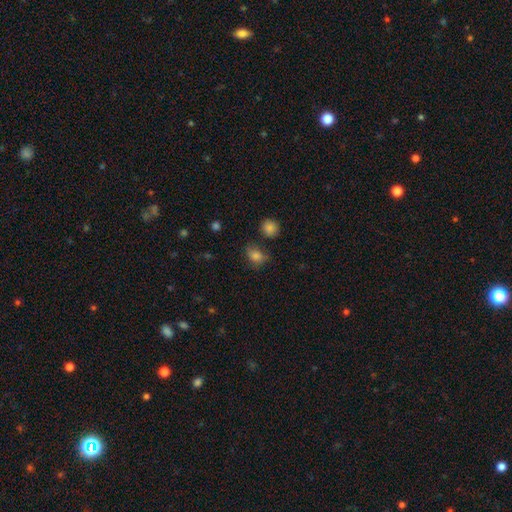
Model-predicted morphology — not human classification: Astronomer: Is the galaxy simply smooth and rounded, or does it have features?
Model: smooth — 80%.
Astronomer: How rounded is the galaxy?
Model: in between — 62% (runner-up: round, 37%).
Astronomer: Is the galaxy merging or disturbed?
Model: none — 62%.